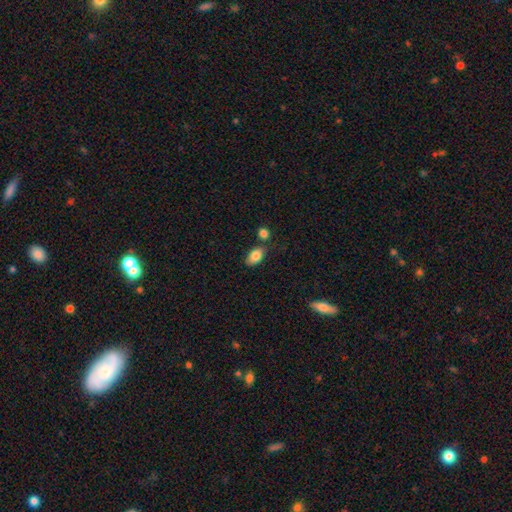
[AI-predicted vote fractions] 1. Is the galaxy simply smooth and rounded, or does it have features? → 84% smooth, 8% featured or disk, 7% star or artifact.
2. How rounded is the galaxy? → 90% in between, 8% round, 2% cigar-shaped.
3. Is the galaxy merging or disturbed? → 69% none, 15% minor disturbance, 13% merger, 3% major disturbance.